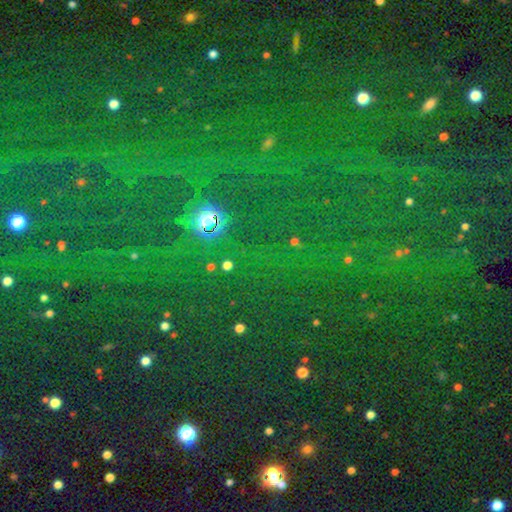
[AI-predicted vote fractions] smooth-or-featured: star or artifact: 79% | smooth: 14% | featured or disk: 7%